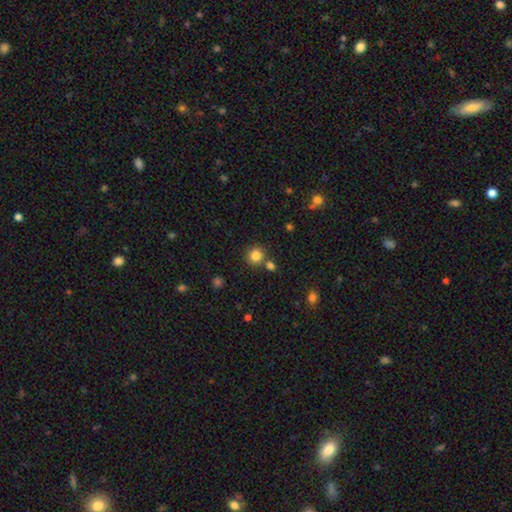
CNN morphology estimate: type=smooth (83%); roundness=round (91%); merging=none (78%).